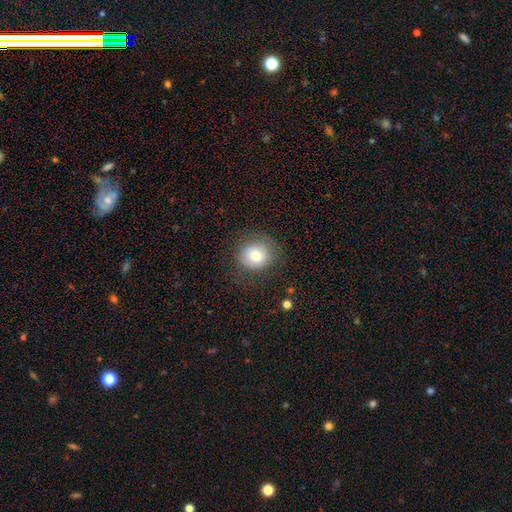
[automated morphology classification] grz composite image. It shows a smooth galaxy with no disk features (78%) that is round (83%). Merging: none (79%).